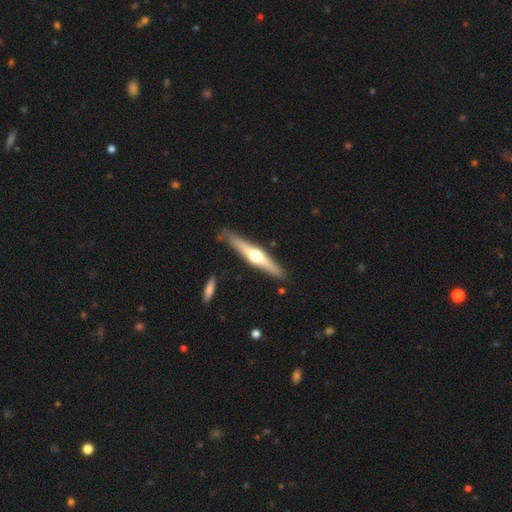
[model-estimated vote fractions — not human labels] This is likely a featured or disk galaxy (67%). It is clearly viewed edge-on (97%). Edge-on bulge: clearly rounded (93%). Merging: clearly none (87%).